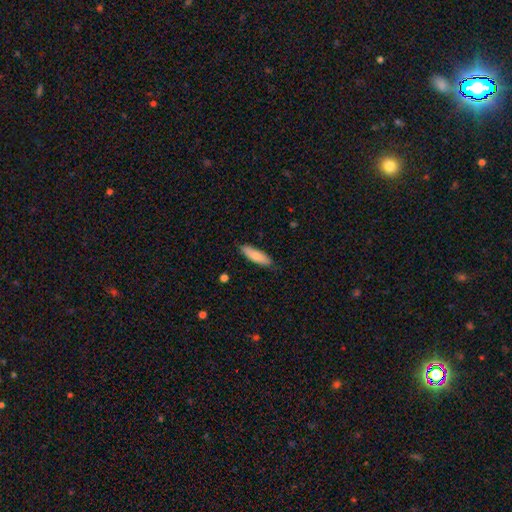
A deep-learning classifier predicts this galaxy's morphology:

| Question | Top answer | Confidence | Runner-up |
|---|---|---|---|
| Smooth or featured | smooth | 80% | featured or disk (15%) |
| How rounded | cigar-shaped | 53% | in between (45%) |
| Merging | none | 84% | minor disturbance (12%) |